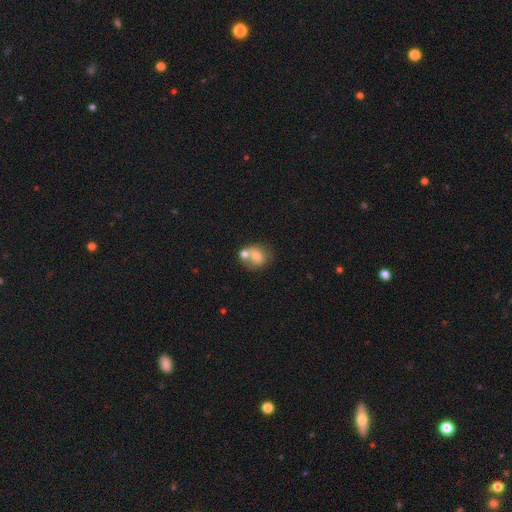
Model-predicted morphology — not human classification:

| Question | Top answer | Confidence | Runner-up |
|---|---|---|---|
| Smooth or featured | smooth | 69% | featured or disk (21%) |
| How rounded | round | 69% | in between (30%) |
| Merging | none | 44% | merger (40%) |